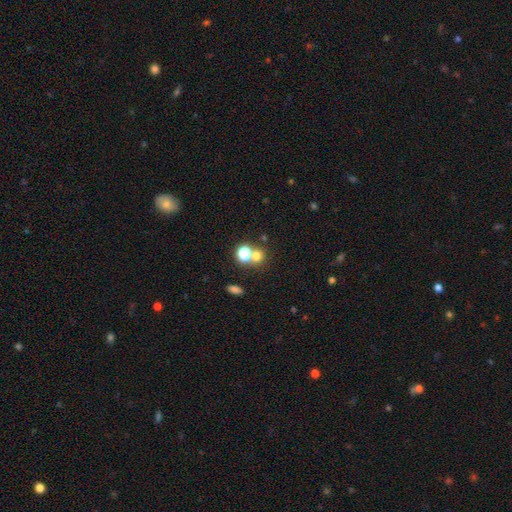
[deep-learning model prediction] smooth_or_featured: smooth (p=0.67) [alt: star or artifact p=0.22]
how_rounded: round (p=0.82) [alt: in between p=0.17]
merging: none (p=0.53) [alt: merger p=0.37]